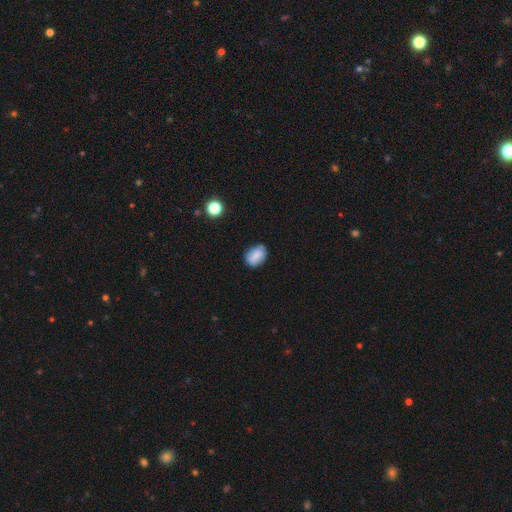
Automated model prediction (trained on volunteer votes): Smooth or featured? Predicted: smooth (p=0.77). How rounded? Predicted: in between (p=0.70). Merging? Predicted: none (p=0.73).